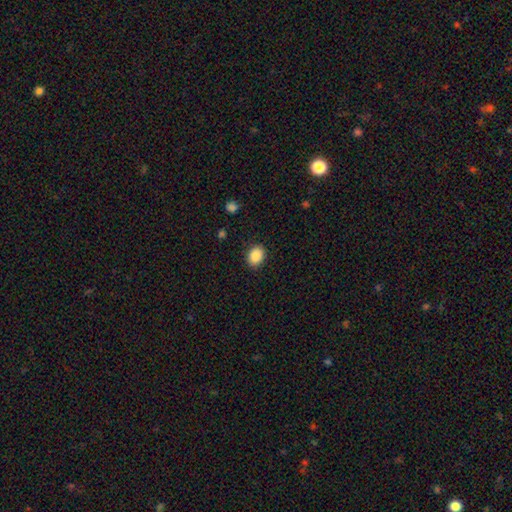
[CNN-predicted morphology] A smooth galaxy with no disk features (89%) that is in between round and cigar-shaped (63%). Merging: none (88%).